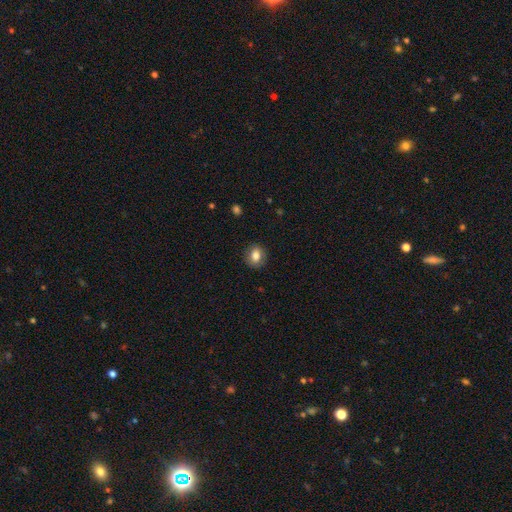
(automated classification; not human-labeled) This is clearly a smooth galaxy (81%). How rounded: likely round (64%). Merging: clearly none (87%).